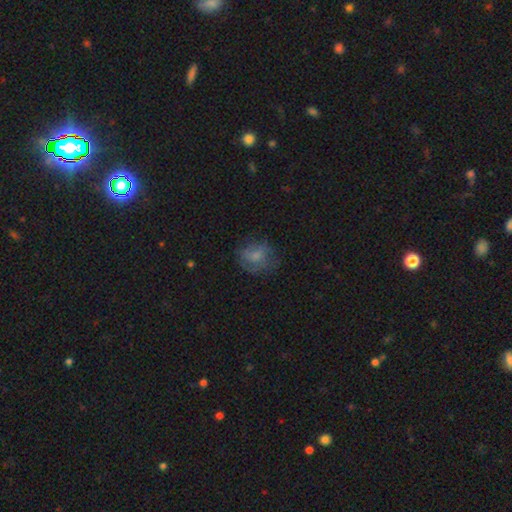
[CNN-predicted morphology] This is likely a smooth galaxy (62%). How rounded: likely round (65%). Merging: likely none (62%).